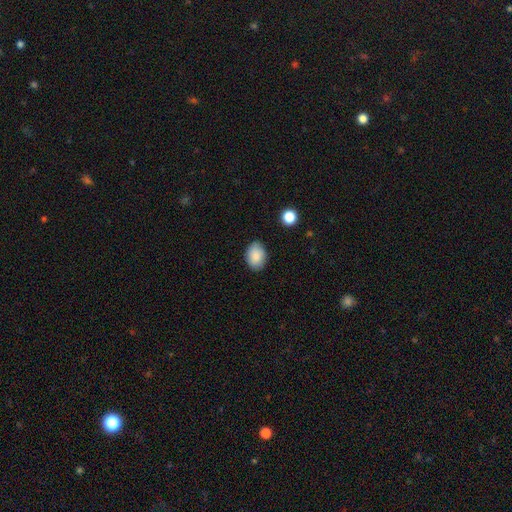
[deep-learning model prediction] A smooth galaxy with no disk features (87%) that is in between round and cigar-shaped (76%). Merging: none (84%).